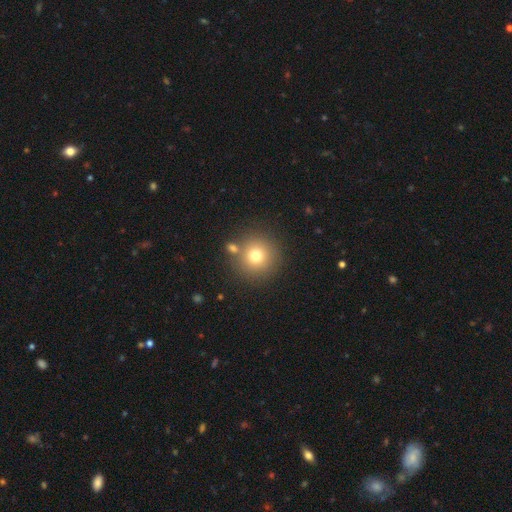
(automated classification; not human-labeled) This is likely a smooth galaxy (75%). How rounded: clearly round (94%). Merging: likely none (77%).